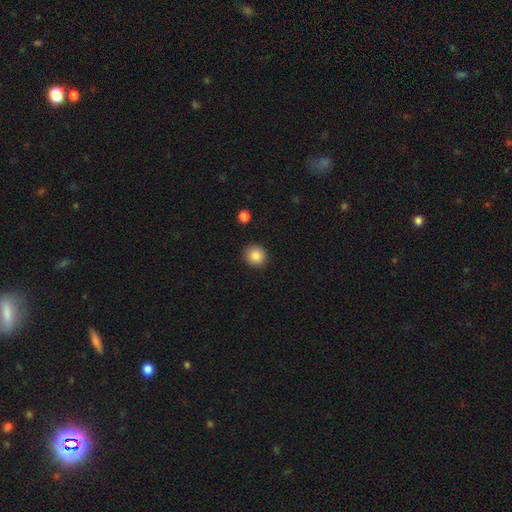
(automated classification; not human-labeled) Smooth or featured? Predicted: smooth (p=0.87). How rounded? Predicted: round (p=0.87). Merging? Predicted: none (p=0.90).